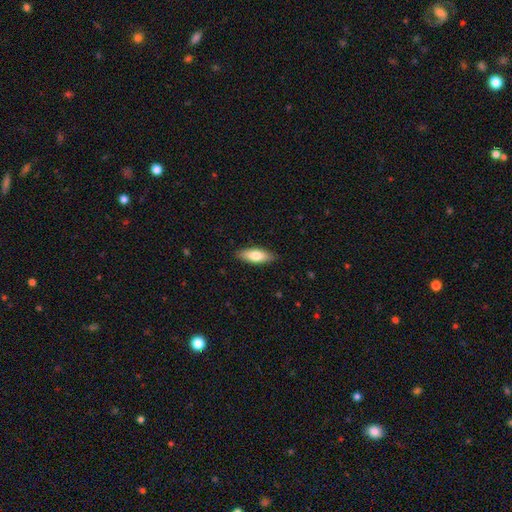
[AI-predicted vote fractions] A smooth galaxy with no disk features (76%) that is in between round and cigar-shaped (67%).

Vote fractions:
- Smooth or featured? smooth: 76% / featured or disk: 19% / star or artifact: 6%
- How rounded? in between: 67% / cigar-shaped: 31% / round: 2%
- Merging? none: 87% / minor disturbance: 10% / major disturbance: 2% / merger: 1%